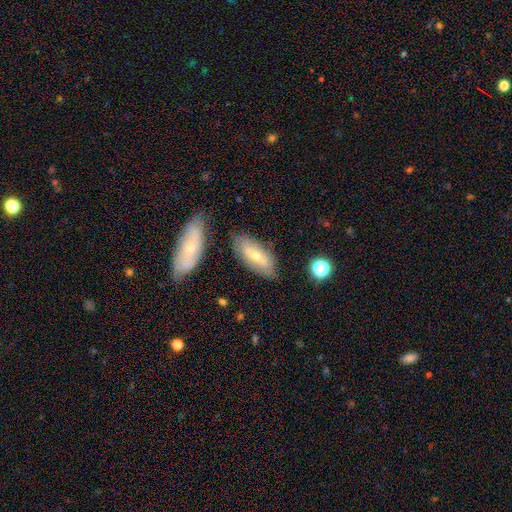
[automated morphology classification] smooth 48%, featured or disk 45%, star or artifact 7%. Down the decision tree: merging — none (75%).